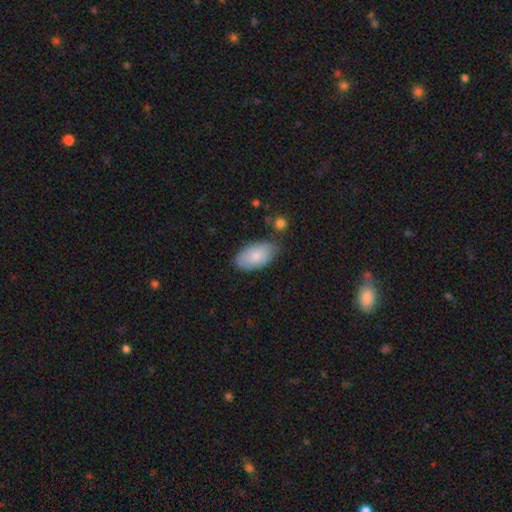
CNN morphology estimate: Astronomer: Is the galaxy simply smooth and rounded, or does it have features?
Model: smooth — 79%.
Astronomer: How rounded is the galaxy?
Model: in between — 95%.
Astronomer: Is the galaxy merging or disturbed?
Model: none — 70%.